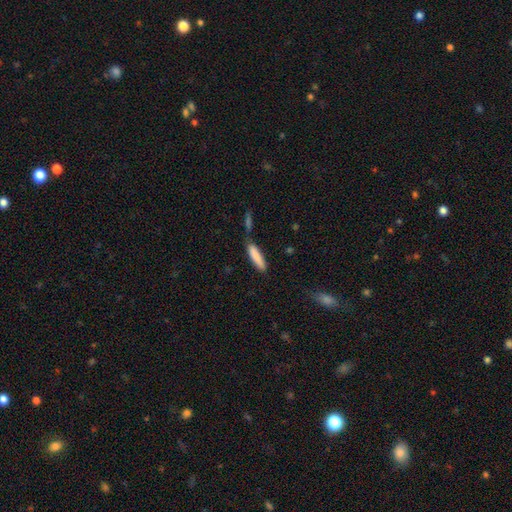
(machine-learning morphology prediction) This appears to be a smooth galaxy with no disk features (85%) that is cigar-shaped (75%). Merging: none (67%).